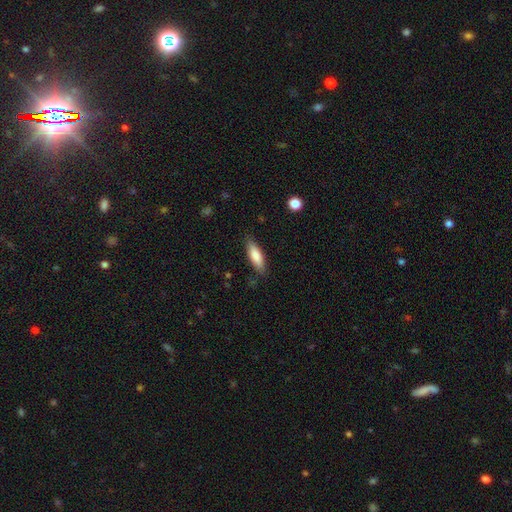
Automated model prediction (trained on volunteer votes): Morphology: type=smooth (81%); roundness=cigar-shaped (49%, tied with in between); merging=none (84%).